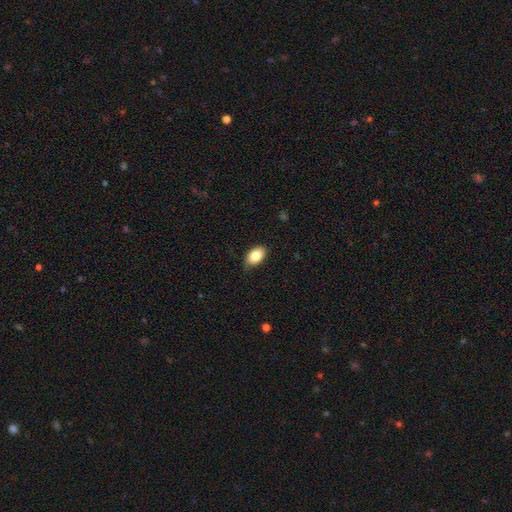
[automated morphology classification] This is clearly a smooth galaxy (84%). How rounded: clearly in between (91%). Merging: clearly none (81%).